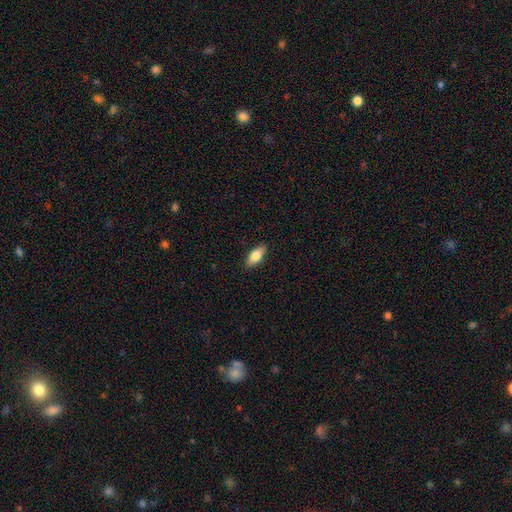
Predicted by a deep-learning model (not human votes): smooth_or_featured: smooth (p=0.80) [alt: featured or disk p=0.14]
how_rounded: in between (p=0.83) [alt: cigar-shaped p=0.15]
merging: none (p=0.89) [alt: minor disturbance p=0.09]